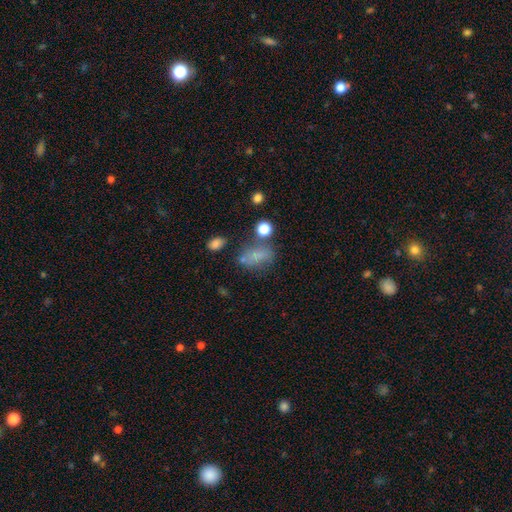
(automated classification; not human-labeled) The model was most divided on "merging": none: 51%, minor disturbance: 22%, major disturbance: 14%, merger: 13%. More confident: how rounded — in between (76%); smooth or featured — smooth (68%).